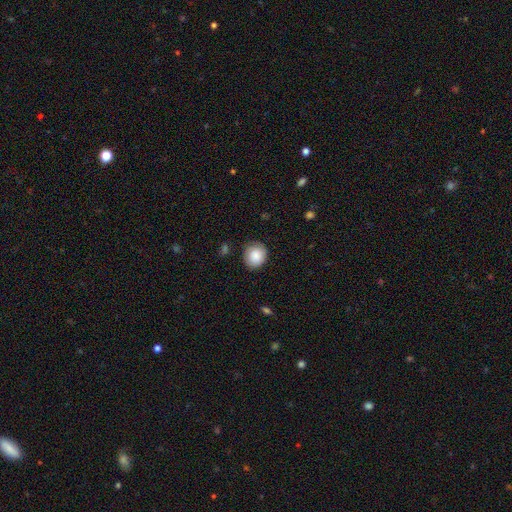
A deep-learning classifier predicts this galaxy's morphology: Smooth or featured?
  - smooth: 87% *
  - star or artifact: 7%
  - featured or disk: 6%
How rounded?
  - round: 74% *
  - in between: 25%
  - cigar-shaped: 1%
Merging?
  - none: 82% *
  - minor disturbance: 14%
  - major disturbance: 3%
  - merger: 1%